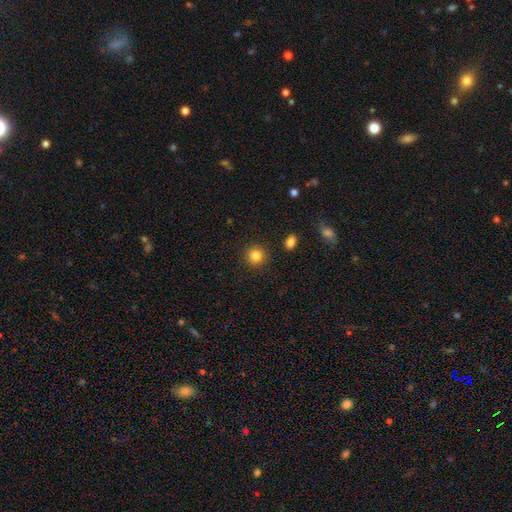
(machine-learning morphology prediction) This is clearly a smooth galaxy (83%). How rounded: clearly round (93%). Merging: clearly none (91%).